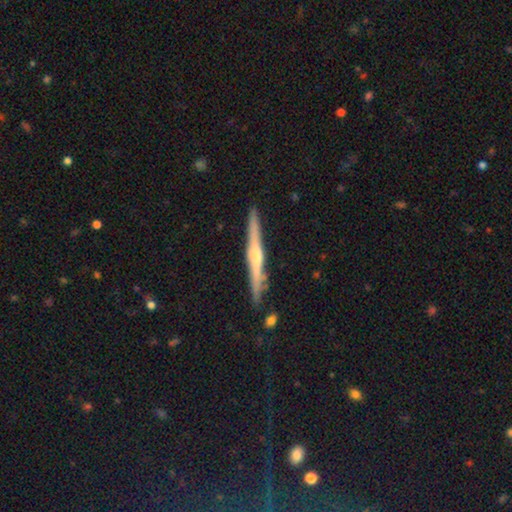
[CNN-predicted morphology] A featured or disk galaxy (69%) viewed edge-on (97%) with a rounded central bulge (71%).

Vote fractions:
- Smooth or featured? featured or disk: 69% / smooth: 25% / star or artifact: 6%
- Edge-on disk? yes: 97% / no: 3%
- Edge-on bulge? rounded: 71% / none: 20% / boxy: 9%
- Merging? none: 87% / minor disturbance: 9% / merger: 2% / major disturbance: 2%